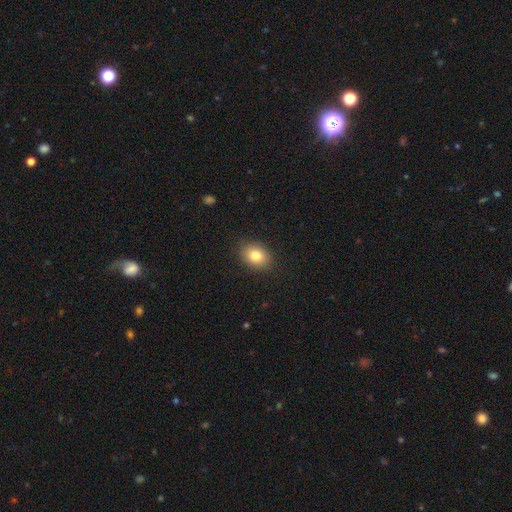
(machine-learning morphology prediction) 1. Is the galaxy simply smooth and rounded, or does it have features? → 81% smooth, 10% star or artifact, 9% featured or disk.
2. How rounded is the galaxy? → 64% in between, 35% round, 1% cigar-shaped.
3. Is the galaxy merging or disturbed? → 88% none, 9% minor disturbance, 2% major disturbance, 1% merger.